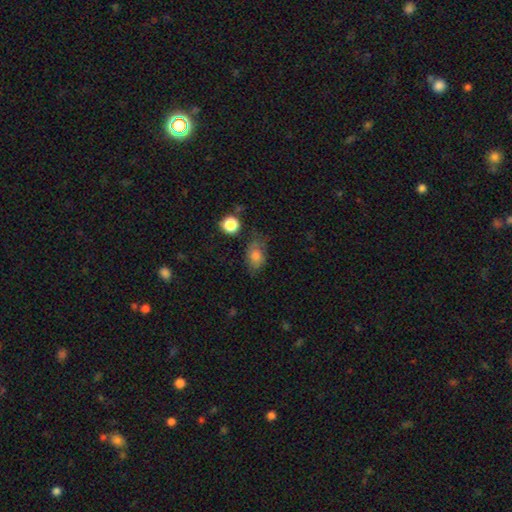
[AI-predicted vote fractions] Smooth or featured: smooth — 77% (featured or disk — 12%)
How rounded: in between — 80% (round — 18%)
Merging: none — 59% (minor disturbance — 27%)